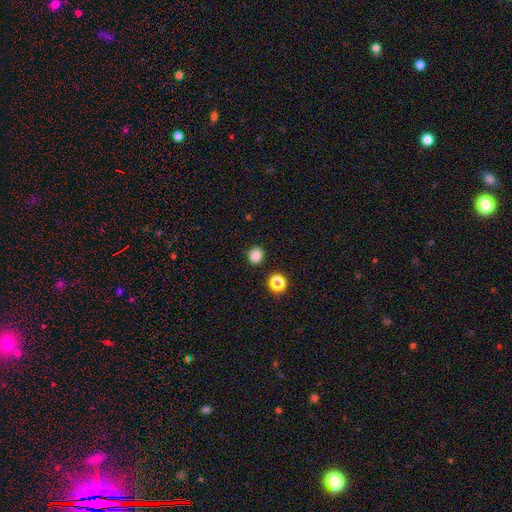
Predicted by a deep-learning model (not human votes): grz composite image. It shows a smooth galaxy with no disk features (85%) that is round (78%). Merging: none (88%).